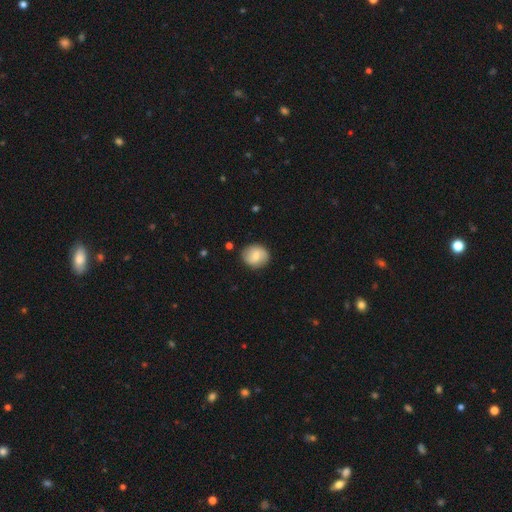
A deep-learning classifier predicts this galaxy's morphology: A smooth galaxy with no disk features (64%) that is round (70%).

Vote fractions:
- Smooth or featured? smooth: 64% / featured or disk: 29% / star or artifact: 7%
- How rounded? round: 70% / in between: 29% / cigar-shaped: 1%
- Merging? none: 84% / minor disturbance: 12% / major disturbance: 3% / merger: 2%